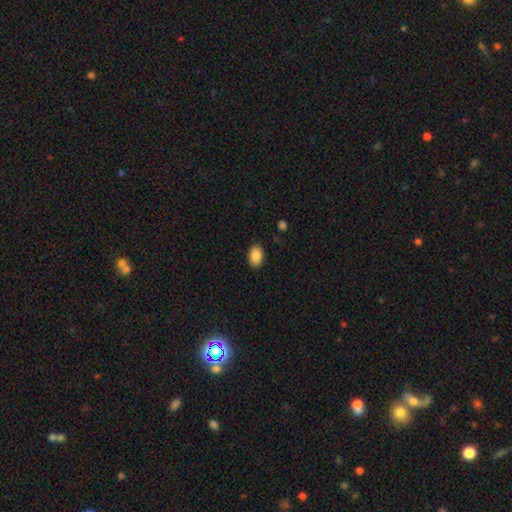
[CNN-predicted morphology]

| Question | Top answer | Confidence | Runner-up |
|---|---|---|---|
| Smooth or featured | smooth | 87% | star or artifact (7%) |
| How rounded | in between | 90% | round (9%) |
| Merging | none | 88% | minor disturbance (9%) |